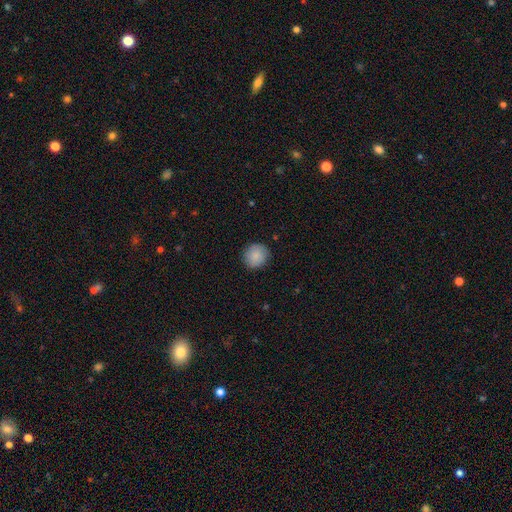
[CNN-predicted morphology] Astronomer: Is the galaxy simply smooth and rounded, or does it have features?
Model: smooth — 87%.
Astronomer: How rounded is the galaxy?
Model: round — 85%.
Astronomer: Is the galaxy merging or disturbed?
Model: none — 88%.